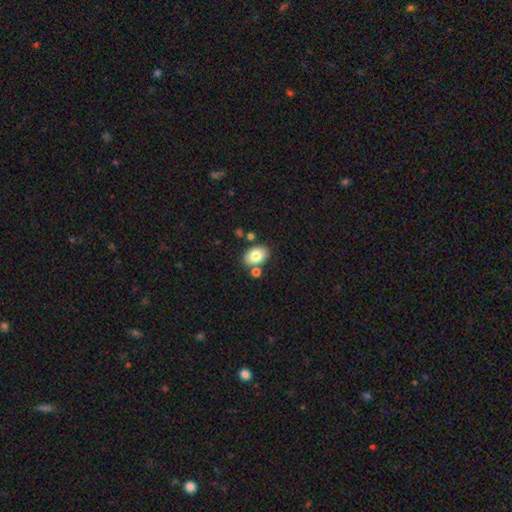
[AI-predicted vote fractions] smooth-or-featured: smooth: 80% | featured or disk: 12% | star or artifact: 8%
  how-rounded: in between: 80% | round: 19% | cigar-shaped: 1%
  merging: none: 74% | merger: 12% | minor disturbance: 11% | major disturbance: 3%